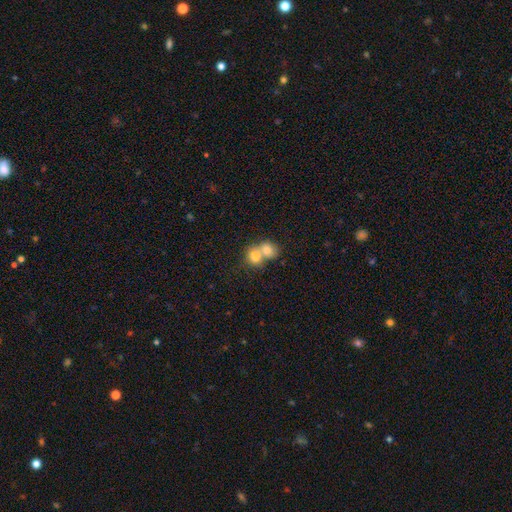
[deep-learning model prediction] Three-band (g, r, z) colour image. It shows a smooth galaxy with no disk features (76%) that is round (68%). Merging: merger (71%).